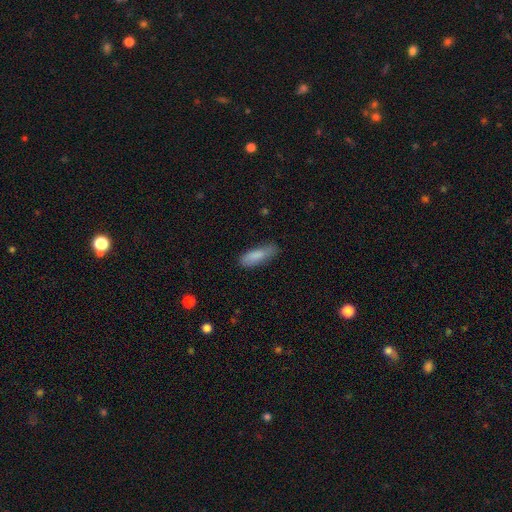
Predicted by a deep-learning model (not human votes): The model was most divided on "how rounded": in between: 51%, cigar-shaped: 48%, round: 2%. More confident: smooth or featured — smooth (85%); merging — none (73%).